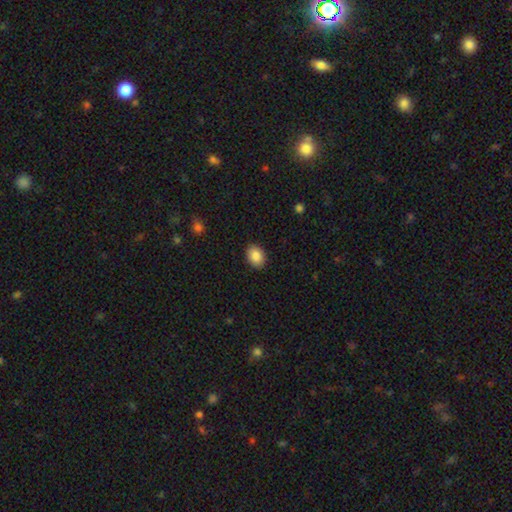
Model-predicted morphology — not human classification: Smooth or featured?
  - smooth: 87% *
  - star or artifact: 8%
  - featured or disk: 5%
How rounded?
  - in between: 69% *
  - round: 30%
  - cigar-shaped: 1%
Merging?
  - none: 90% *
  - minor disturbance: 7%
  - major disturbance: 2%
  - merger: 1%